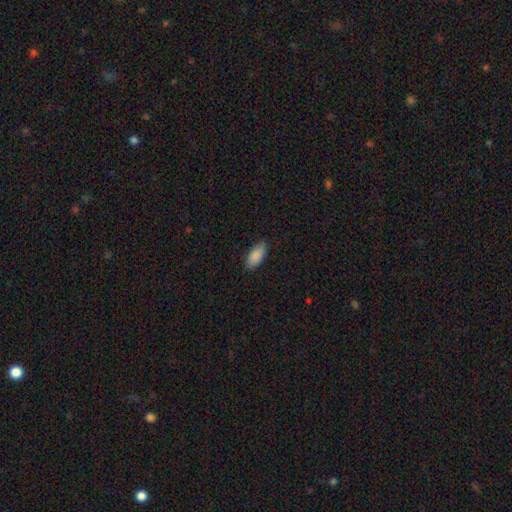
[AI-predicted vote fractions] Smooth or featured? Predicted: smooth (p=0.89). How rounded? Predicted: in between (p=0.89). Merging? Predicted: none (p=0.84).